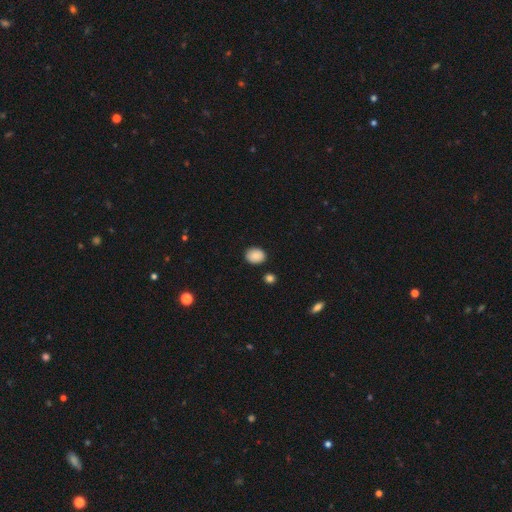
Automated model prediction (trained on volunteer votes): smooth 88%, star or artifact 8%, featured or disk 4%. Down the decision tree: how rounded — round (53%); merging — none (87%).